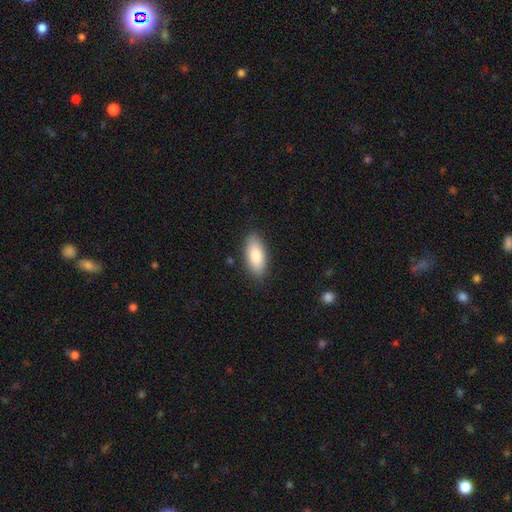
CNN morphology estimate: A smooth galaxy with no disk features (84%) that is in between round and cigar-shaped (84%).

Vote fractions:
- Smooth or featured? smooth: 84% / featured or disk: 10% / star or artifact: 6%
- How rounded? in between: 84% / cigar-shaped: 14% / round: 2%
- Merging? none: 87% / minor disturbance: 10% / major disturbance: 2% / merger: 1%